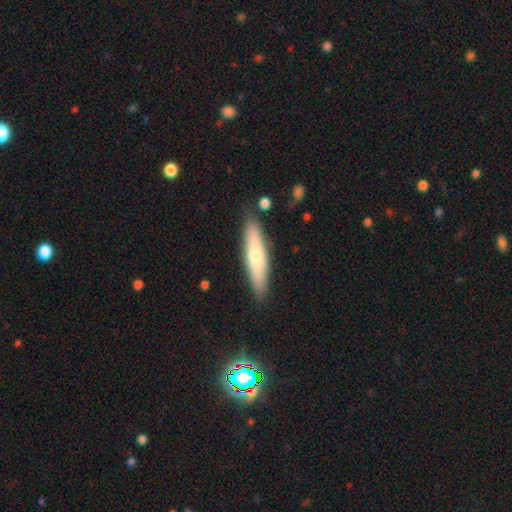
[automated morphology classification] Smooth or featured: smooth — 65% (featured or disk — 29%)
How rounded: cigar-shaped — 78% (in between — 21%)
Merging: none — 85% (minor disturbance — 11%)